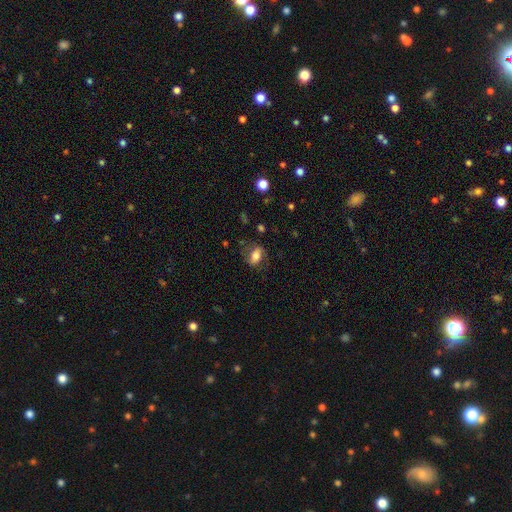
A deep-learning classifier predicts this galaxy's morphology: A smooth galaxy with no disk features (65%) that is in between round and cigar-shaped (82%).

Vote fractions:
- Smooth or featured? smooth: 65% / featured or disk: 26% / star or artifact: 9%
- How rounded? in between: 82% / round: 14% / cigar-shaped: 4%
- Merging? none: 65% / minor disturbance: 20% / major disturbance: 13% / merger: 2%